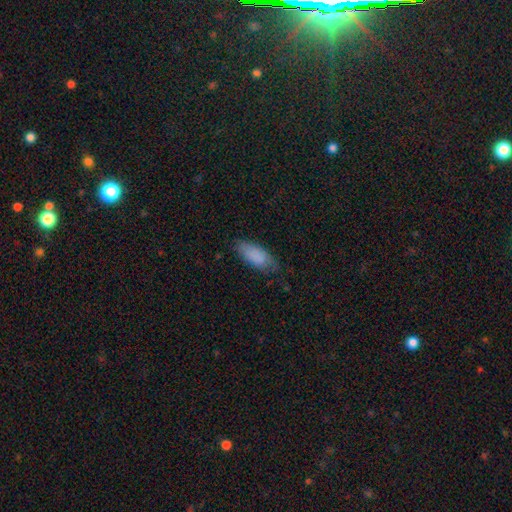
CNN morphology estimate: Overall: smooth (83%). How rounded: in between (83%). Merging: none (68%).